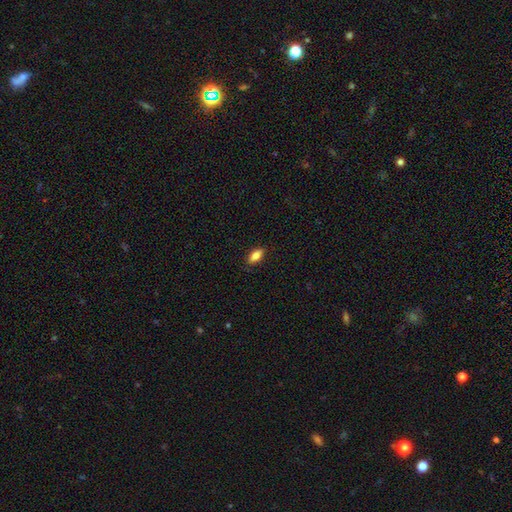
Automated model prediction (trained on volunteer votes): A smooth galaxy with no disk features (81%) that is in between round and cigar-shaped (84%).

Vote fractions:
- Smooth or featured? smooth: 81% / featured or disk: 11% / star or artifact: 8%
- How rounded? in between: 84% / cigar-shaped: 12% / round: 4%
- Merging? none: 84% / minor disturbance: 12% / major disturbance: 2% / merger: 1%